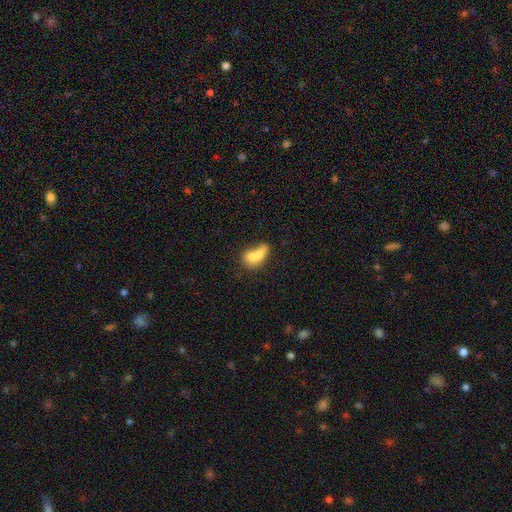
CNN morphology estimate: smooth_or_featured: smooth (p=0.68) [alt: featured or disk p=0.23]
how_rounded: in between (p=0.71) [alt: round p=0.22]
merging: merger (p=0.64) [alt: none p=0.19]